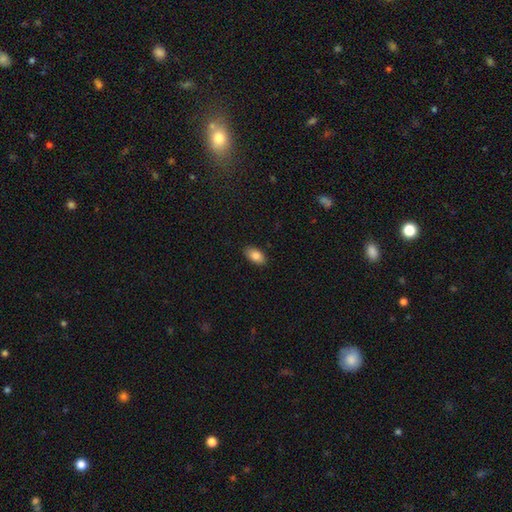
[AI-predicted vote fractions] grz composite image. It shows a smooth galaxy with no disk features (85%) that is in between round and cigar-shaped (93%). Merging: none (88%).